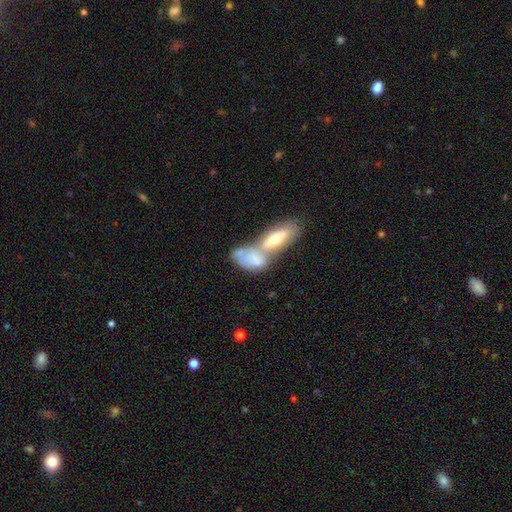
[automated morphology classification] This appears to be a smooth galaxy with no disk features (54%) that is in between round and cigar-shaped (77%). Merging: merger (68%).